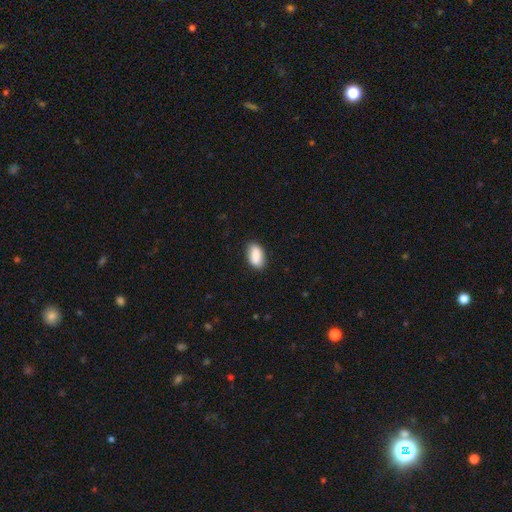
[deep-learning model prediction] Smooth or featured? Predicted: smooth (p=0.88). How rounded? Predicted: in between (p=0.92). Merging? Predicted: none (p=0.83).